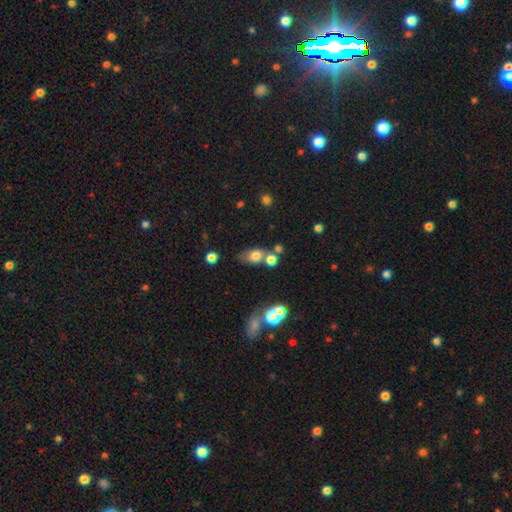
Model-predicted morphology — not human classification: smooth-or-featured: smooth: 73% | star or artifact: 14% | featured or disk: 13%
  how-rounded: in between: 67% | round: 30% | cigar-shaped: 3%
  merging: none: 47% | merger: 27% | minor disturbance: 17% | major disturbance: 9%